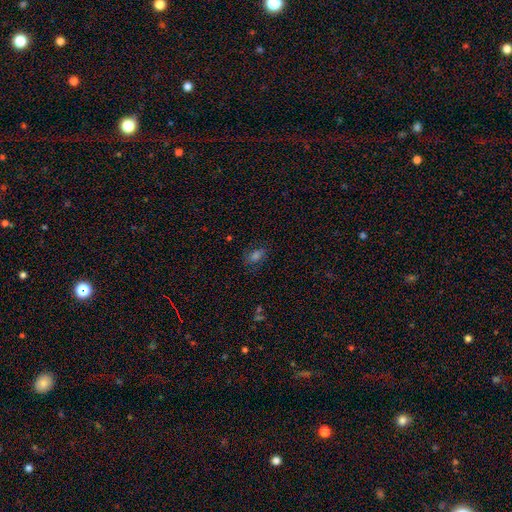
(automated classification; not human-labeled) Morphology: type=smooth (59%); roundness=in between (80%); merging=none (78%).